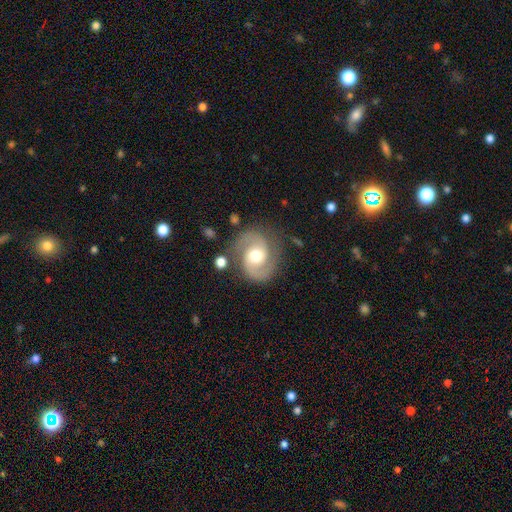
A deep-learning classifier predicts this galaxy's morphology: featured or disk 88%, smooth 7%, star or artifact 5%. Down the decision tree: edge-on disk — no (98%); bar — no (60%); spiral arms — yes (96%); spiral arm count — 2 (93%); spiral winding — medium (57%); bulge size — moderate (74%); merging — none (80%).